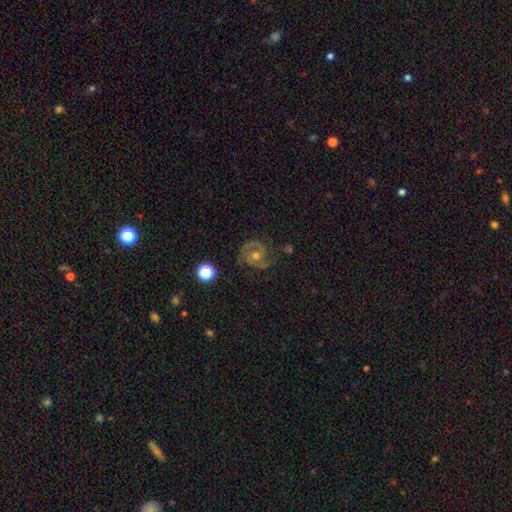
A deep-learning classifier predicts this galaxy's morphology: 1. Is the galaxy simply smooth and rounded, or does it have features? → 86% featured or disk, 7% star or artifact, 7% smooth.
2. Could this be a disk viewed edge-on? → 98% no, 2% yes.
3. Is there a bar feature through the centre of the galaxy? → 63% no, 29% weak, 8% strong.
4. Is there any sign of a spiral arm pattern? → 97% yes, 3% no.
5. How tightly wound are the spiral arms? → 48% tight, 44% medium, 7% loose.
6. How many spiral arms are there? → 84% 2, 6% 3, 4% can't tell, 2% 1, 1% 4, 1% more than 4.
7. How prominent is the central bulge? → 63% moderate, 32% small, 3% large, 2% none, 1% dominant.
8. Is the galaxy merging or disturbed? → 78% none, 15% minor disturbance, 6% major disturbance, 2% merger.